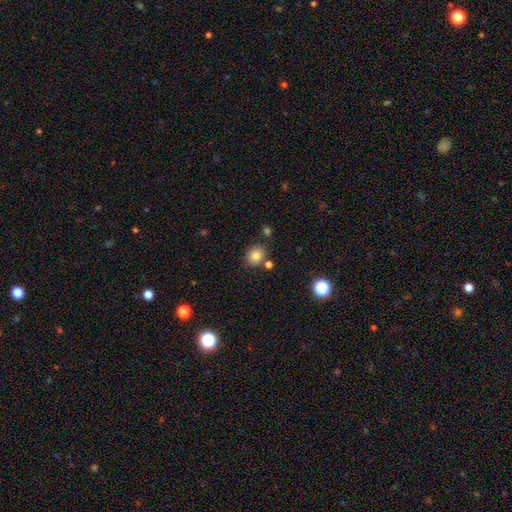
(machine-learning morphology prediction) Smooth or featured? Predicted: smooth (p=0.81). How rounded? Predicted: round (p=0.67). Merging? Predicted: none (p=0.80).